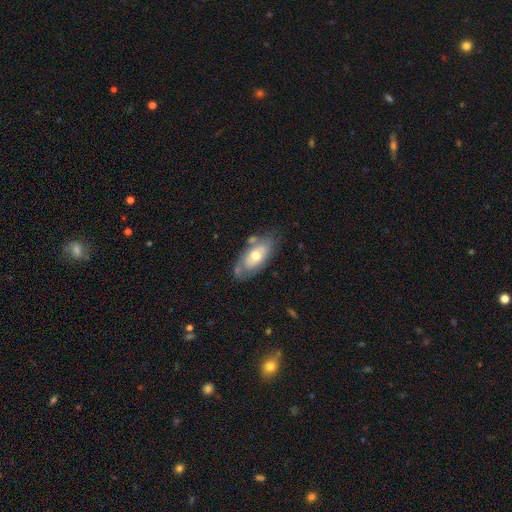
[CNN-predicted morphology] Smooth or featured?
  - featured or disk: 47% * (tied)
  - smooth: 47% * (tied)
  - star or artifact: 6%
Merging?
  - none: 61% *
  - minor disturbance: 23%
  - merger: 9%
  - major disturbance: 8%